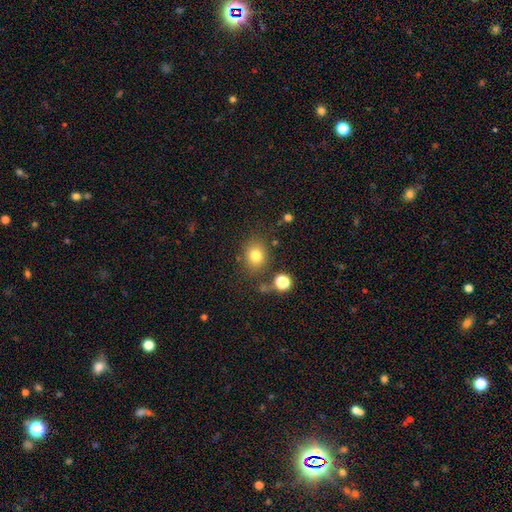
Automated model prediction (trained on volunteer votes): This appears to be a smooth galaxy with no disk features (78%) that is round (62%). Merging: none (76%).